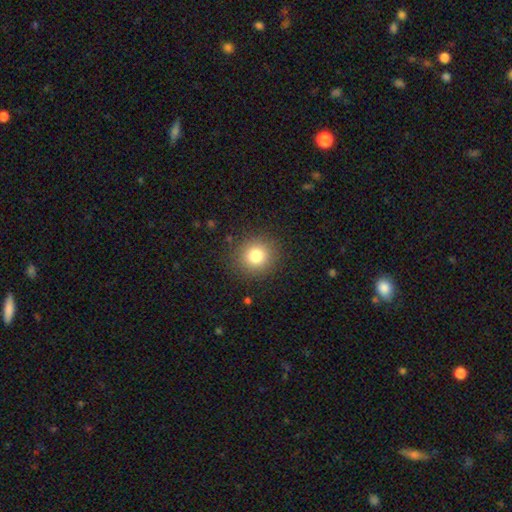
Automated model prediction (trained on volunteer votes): Smooth or featured? Predicted: smooth (p=0.80). How rounded? Predicted: round (p=0.92). Merging? Predicted: none (p=0.90).